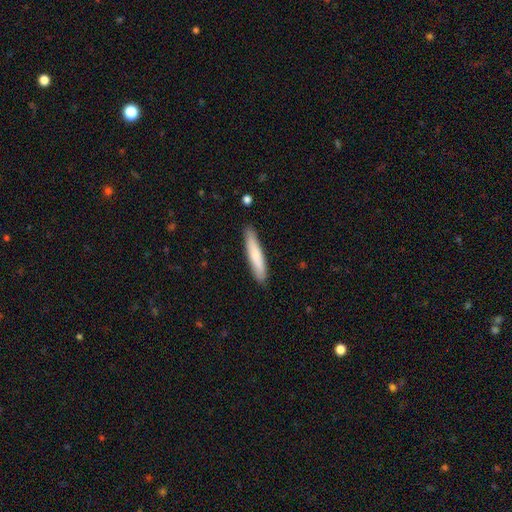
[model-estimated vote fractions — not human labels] A smooth galaxy with no disk features (77%) that is cigar-shaped (89%). Merging: none (87%).